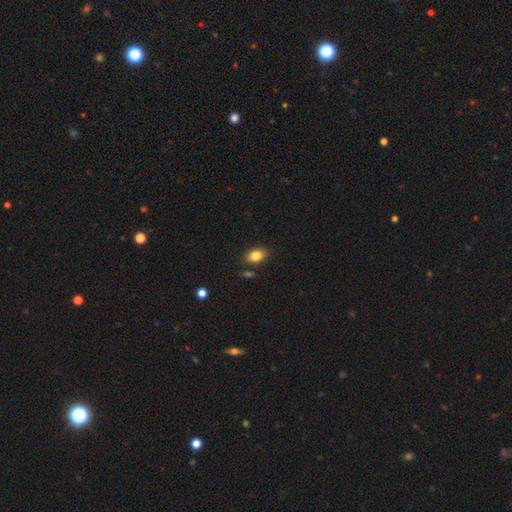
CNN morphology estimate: Smooth or featured?
  - smooth: 84% *
  - star or artifact: 9%
  - featured or disk: 7%
How rounded?
  - in between: 81% *
  - round: 18%
  - cigar-shaped: 1%
Merging?
  - none: 81% *
  - minor disturbance: 12%
  - merger: 4%
  - major disturbance: 3%